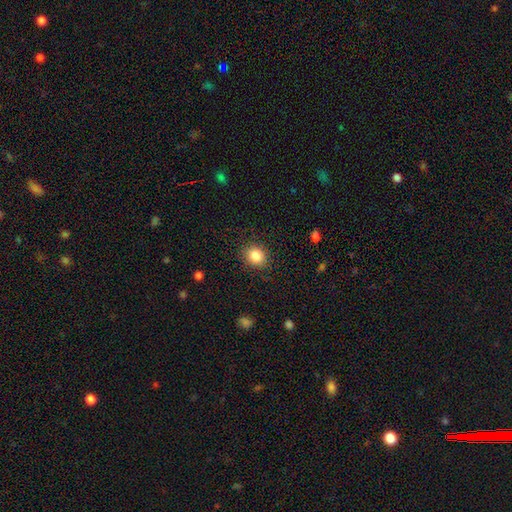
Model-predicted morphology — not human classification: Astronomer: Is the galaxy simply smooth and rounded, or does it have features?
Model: smooth — 84%.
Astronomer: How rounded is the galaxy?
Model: round — 77%.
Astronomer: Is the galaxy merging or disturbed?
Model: none — 88%.